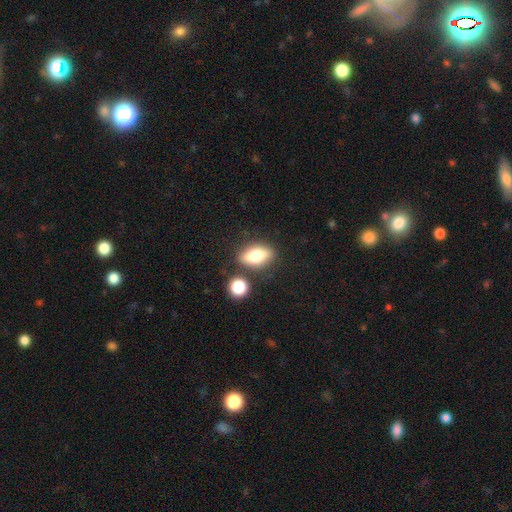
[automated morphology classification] Smooth or featured?
  - smooth: 72% *
  - featured or disk: 19%
  - star or artifact: 9%
How rounded?
  - in between: 79% *
  - round: 11%
  - cigar-shaped: 10%
Merging?
  - none: 78% *
  - minor disturbance: 11%
  - merger: 7%
  - major disturbance: 3%